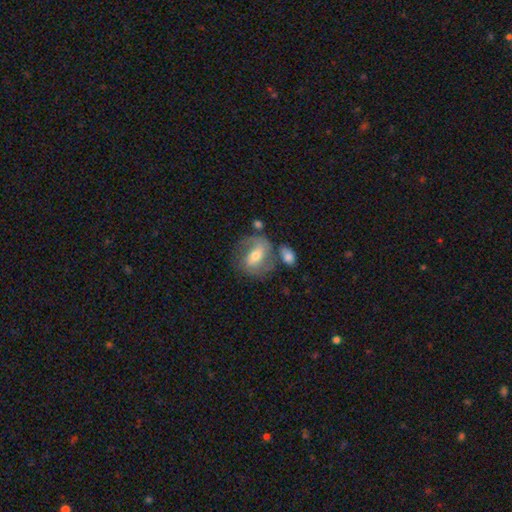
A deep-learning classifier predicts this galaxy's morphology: Smooth or featured? Predicted: featured or disk (p=0.57). Edge-on disk? Predicted: no (p=0.94). Bar? Predicted: weak (p=0.40). Spiral arms? Predicted: yes (p=0.74). Bulge size? Predicted: moderate (p=0.63). Merging? Predicted: none (p=0.54).